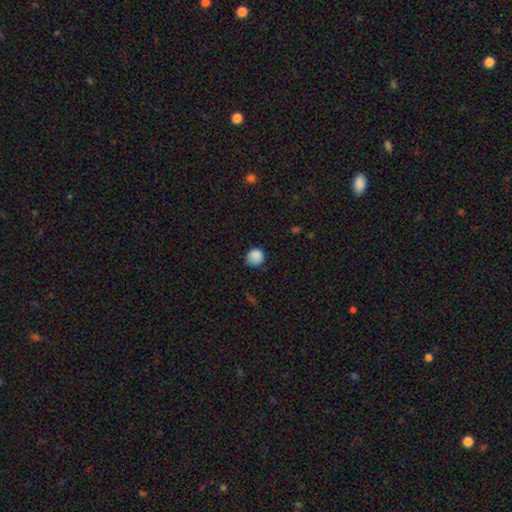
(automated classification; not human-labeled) Smooth or featured? smooth (87%)
How rounded? round (87%)
Merging? none (70%)